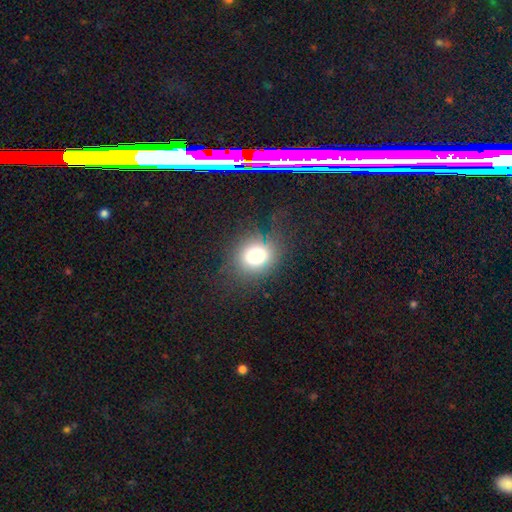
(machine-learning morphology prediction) smooth 76%, star or artifact 14%, featured or disk 11%. Down the decision tree: how rounded — round (65%); merging — none (74%).